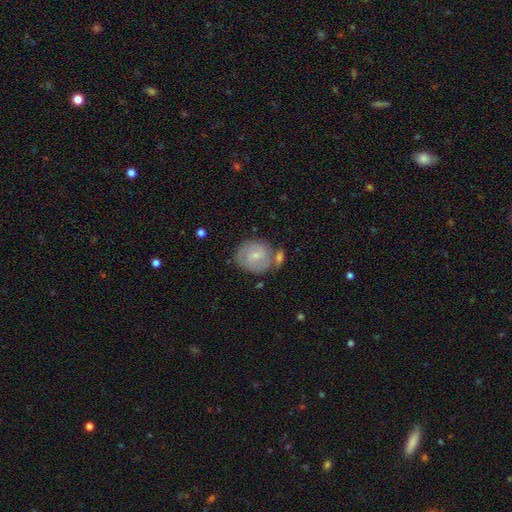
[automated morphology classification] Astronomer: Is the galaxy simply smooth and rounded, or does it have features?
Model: featured or disk — 51% (runner-up: smooth, 43%).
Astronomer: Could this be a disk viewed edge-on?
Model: no — 96%.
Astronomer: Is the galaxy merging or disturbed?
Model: none — 57%.